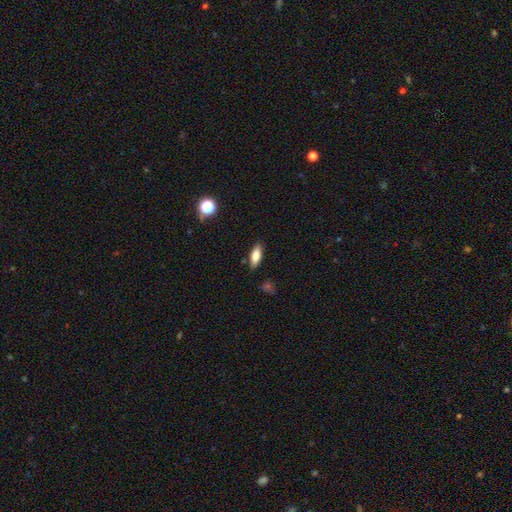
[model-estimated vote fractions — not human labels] Morphology: type=smooth (79%); roundness=in between (74%); merging=none (85%).